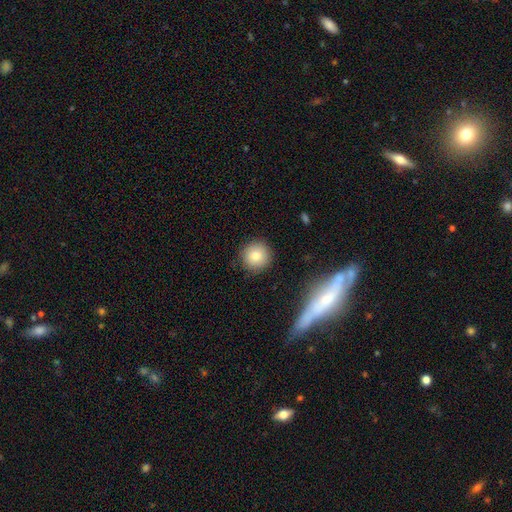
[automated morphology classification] smooth-or-featured: smooth: 79% | star or artifact: 11% | featured or disk: 10%
  how-rounded: round: 94% | in between: 5% | cigar-shaped: 1%
  merging: none: 89% | minor disturbance: 7% | major disturbance: 2% | merger: 2%